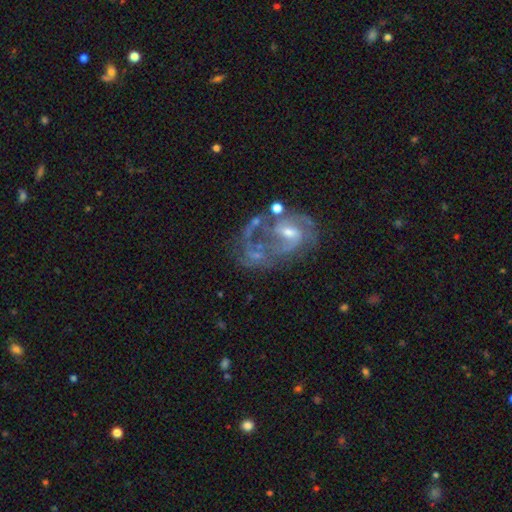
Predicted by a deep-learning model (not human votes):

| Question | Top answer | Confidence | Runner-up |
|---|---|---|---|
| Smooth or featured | featured or disk | 82% | smooth (9%) |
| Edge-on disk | no | 98% | yes (2%) |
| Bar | weak | 49% | no (38%) |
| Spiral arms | yes | 85% | no (15%) |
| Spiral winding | medium | 46% | loose (32%) |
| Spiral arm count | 2 | 48% | can't tell (20%) |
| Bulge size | small | 47% | moderate (39%) |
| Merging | major disturbance | 34% | none (32%) |